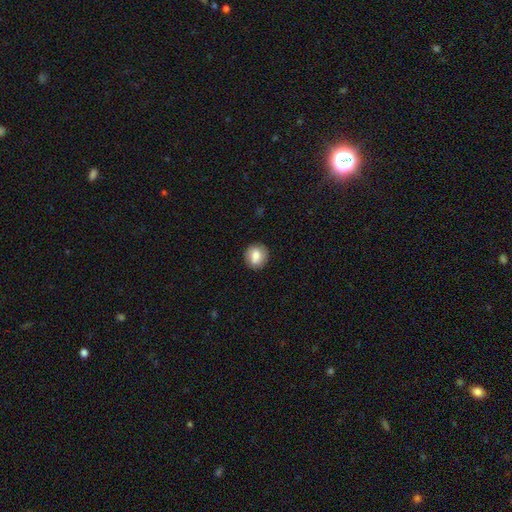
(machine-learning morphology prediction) Q: Smooth or featured?
A: smooth (73%); runner-up: featured or disk (19%)
Q: How rounded?
A: round (79%); runner-up: in between (20%)
Q: Merging?
A: none (87%); runner-up: minor disturbance (9%)